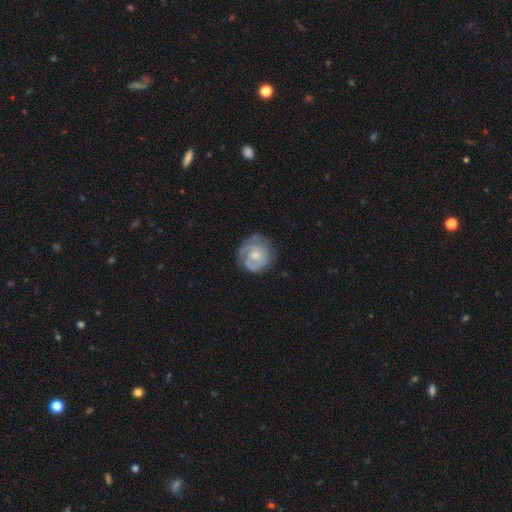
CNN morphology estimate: featured or disk 64%, smooth 30%, star or artifact 6%. Down the decision tree: edge-on disk — no (98%); bar — no (73%); spiral arms — yes (80%); bulge size — moderate (49%); merging — none (67%).